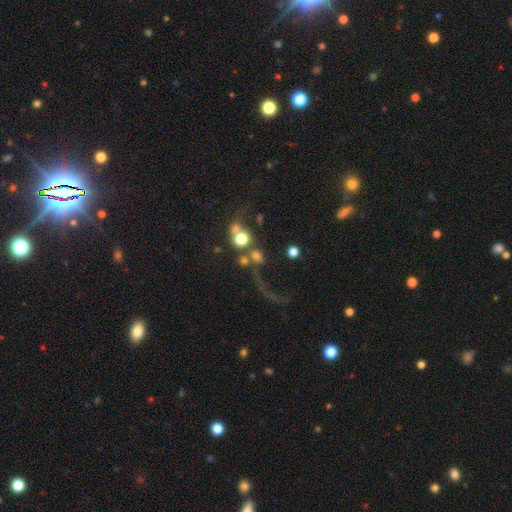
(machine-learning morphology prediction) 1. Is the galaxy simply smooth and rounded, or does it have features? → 52% smooth, 26% featured or disk, 22% star or artifact.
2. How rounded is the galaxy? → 88% round, 10% in between, 2% cigar-shaped.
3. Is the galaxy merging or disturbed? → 36% none, 35% merger, 21% major disturbance, 8% minor disturbance.